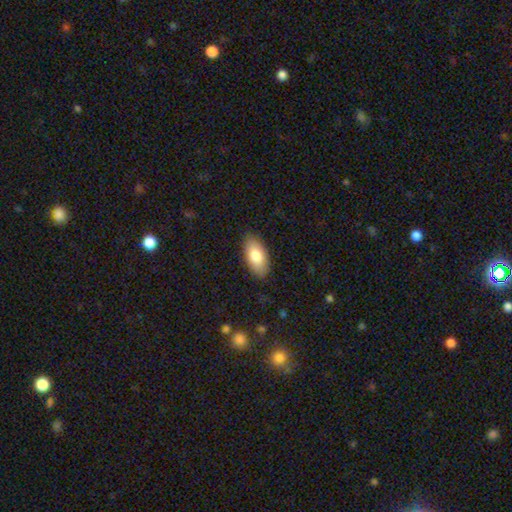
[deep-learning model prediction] Smooth or featured: smooth — 81% (featured or disk — 13%)
How rounded: in between — 92% (cigar-shaped — 5%)
Merging: none — 87% (minor disturbance — 10%)